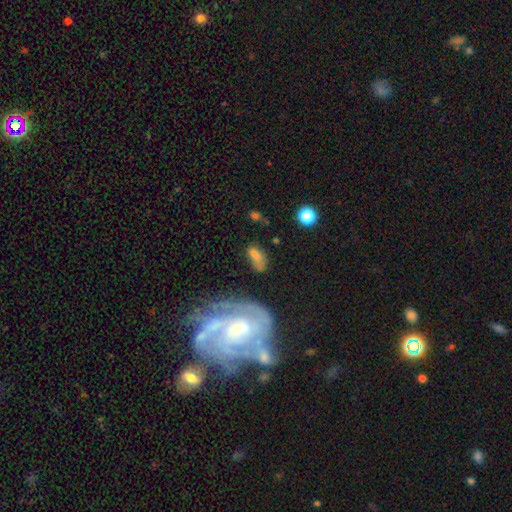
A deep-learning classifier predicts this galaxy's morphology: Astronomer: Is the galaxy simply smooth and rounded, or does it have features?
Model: smooth — 65%.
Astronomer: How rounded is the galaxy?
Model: in between — 84%.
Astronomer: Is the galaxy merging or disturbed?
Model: none — 47% (runner-up: minor disturbance, 24%).